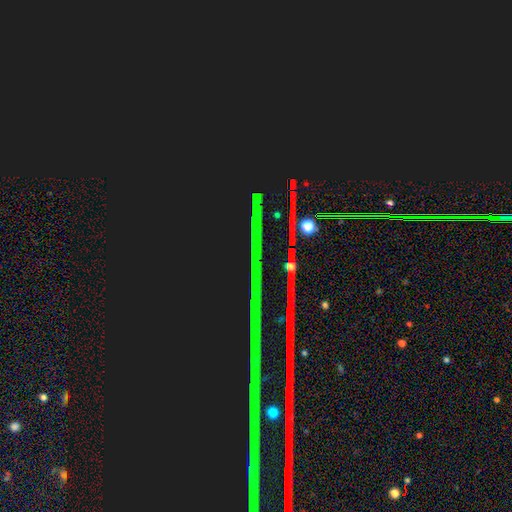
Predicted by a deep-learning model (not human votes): Overall: star or artifact (88%).